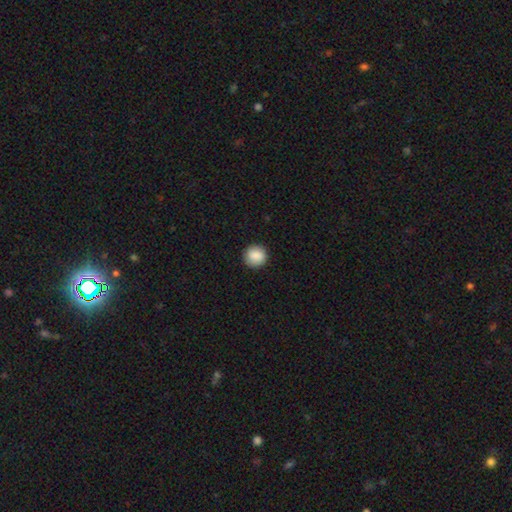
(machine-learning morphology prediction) smooth_or_featured: smooth (p=0.88) [alt: star or artifact p=0.08]
how_rounded: round (p=0.91) [alt: in between p=0.08]
merging: none (p=0.90) [alt: minor disturbance p=0.07]